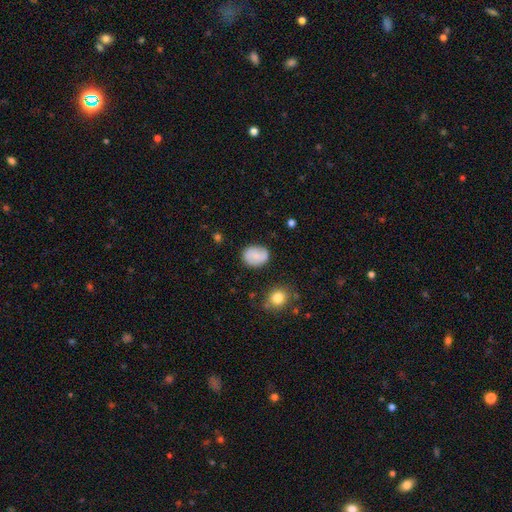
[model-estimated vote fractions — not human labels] This appears to be a smooth galaxy with no disk features (63%) that is in between round and cigar-shaped (56%). Merging: none (79%).